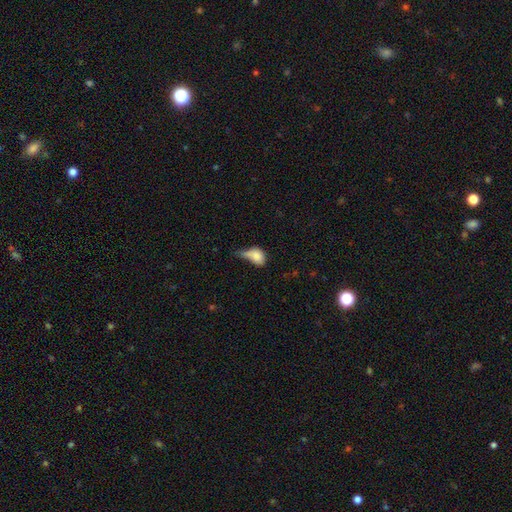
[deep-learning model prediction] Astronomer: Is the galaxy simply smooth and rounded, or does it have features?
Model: smooth — 75%.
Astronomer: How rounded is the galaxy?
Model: in between — 74%.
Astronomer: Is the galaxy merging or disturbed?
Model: major disturbance — 34% (runner-up: minor disturbance, 32%).